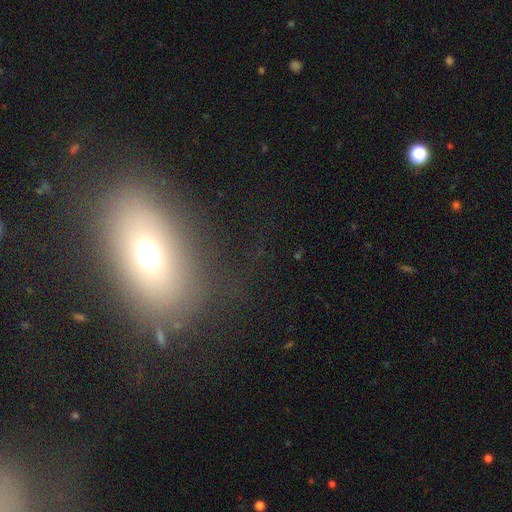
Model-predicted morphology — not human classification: smooth-or-featured: smooth: 57% | featured or disk: 25% | star or artifact: 18%
  how-rounded: in between: 76% | round: 20% | cigar-shaped: 4%
  merging: none: 76% | minor disturbance: 13% | major disturbance: 9% | merger: 2%